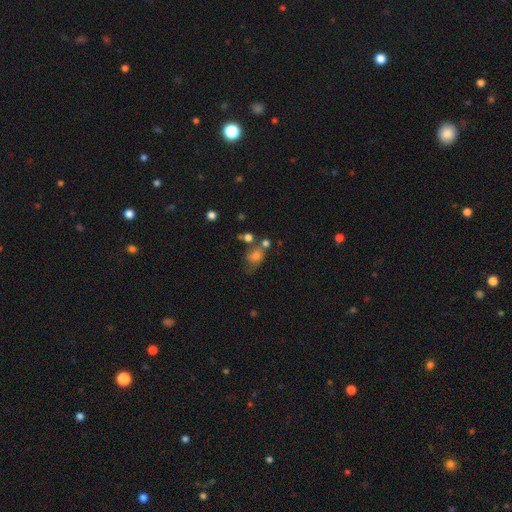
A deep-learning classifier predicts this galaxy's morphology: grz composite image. It shows a smooth galaxy with no disk features (64%) that is in between round and cigar-shaped (61%). Merging: none (38%).